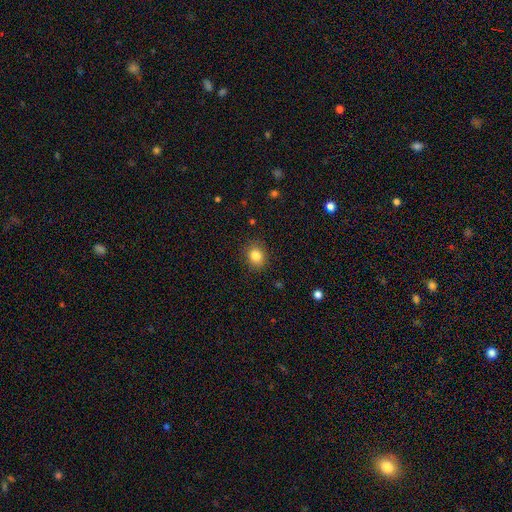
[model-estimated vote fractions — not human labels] smooth 84%, star or artifact 11%, featured or disk 6%. Down the decision tree: how rounded — round (65%); merging — none (88%).